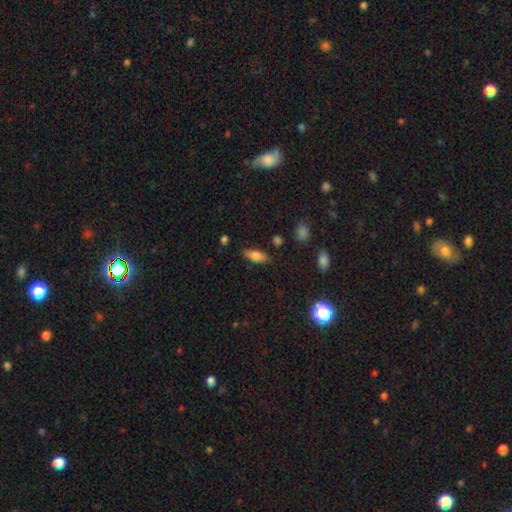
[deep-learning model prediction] Smooth or featured: smooth — 79% (featured or disk — 13%)
How rounded: in between — 76% (cigar-shaped — 21%)
Merging: none — 80% (minor disturbance — 14%)